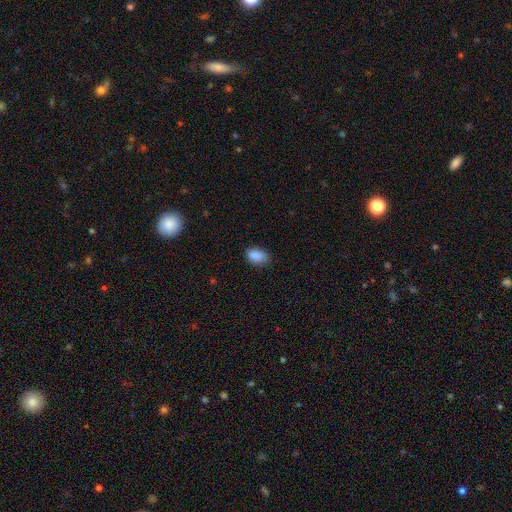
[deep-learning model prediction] Smooth or featured? smooth (87%)
How rounded? in between (86%)
Merging? none (73%)